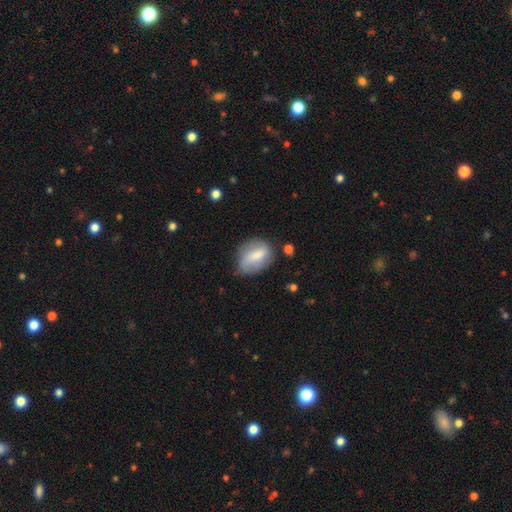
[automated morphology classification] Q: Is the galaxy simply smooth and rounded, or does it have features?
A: smooth — 64%.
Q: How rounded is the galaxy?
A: in between — 76%.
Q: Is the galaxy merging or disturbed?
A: none — 56%.